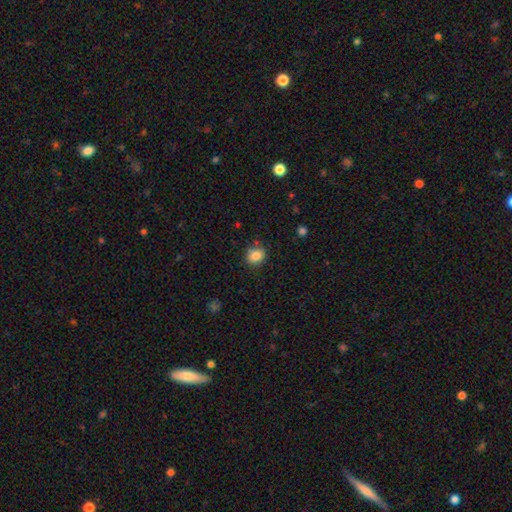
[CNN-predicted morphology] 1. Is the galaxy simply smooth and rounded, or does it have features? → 85% smooth, 10% star or artifact, 5% featured or disk.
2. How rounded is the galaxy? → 67% round, 32% in between, 1% cigar-shaped.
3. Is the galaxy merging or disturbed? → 80% none, 14% minor disturbance, 4% merger, 3% major disturbance.